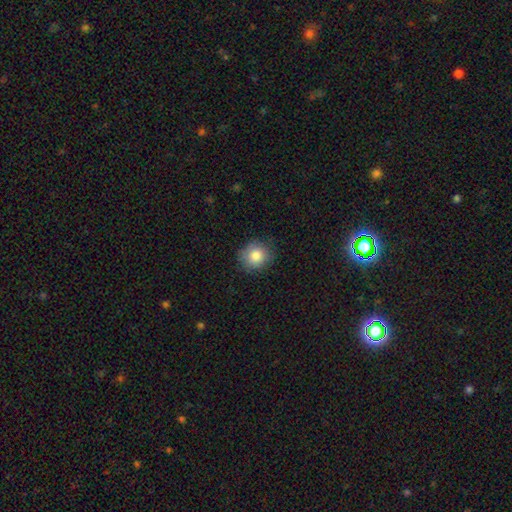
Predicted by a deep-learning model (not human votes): Smooth or featured? Predicted: smooth (p=0.84). How rounded? Predicted: round (p=0.85). Merging? Predicted: none (p=0.83).